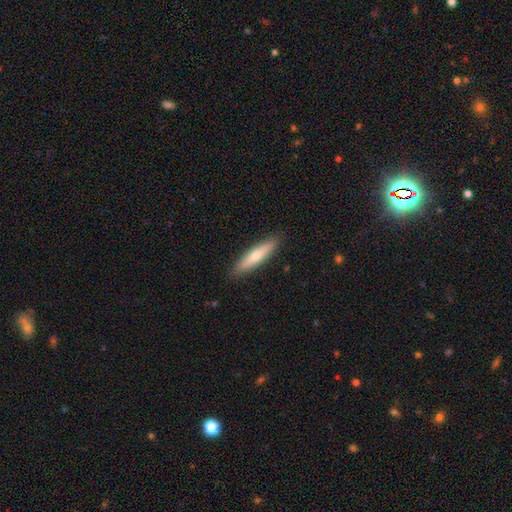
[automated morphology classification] A smooth galaxy with no disk features (65%) that is cigar-shaped (84%). Merging: none (90%).